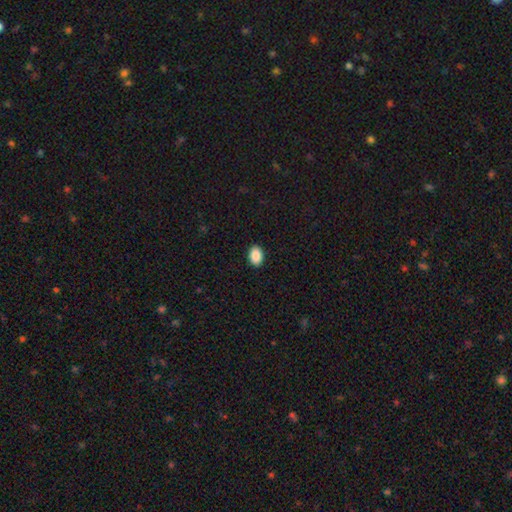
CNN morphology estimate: Smooth or featured? smooth (89%)
How rounded? in between (82%)
Merging? none (90%)